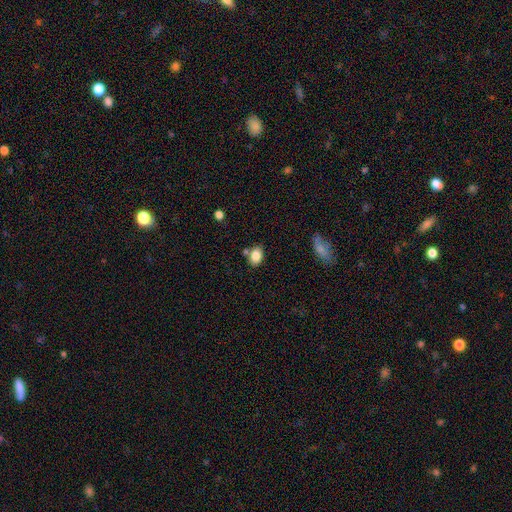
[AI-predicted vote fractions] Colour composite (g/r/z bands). It shows a smooth galaxy with no disk features (84%) that is in between round and cigar-shaped (75%). Merging: none (67%).